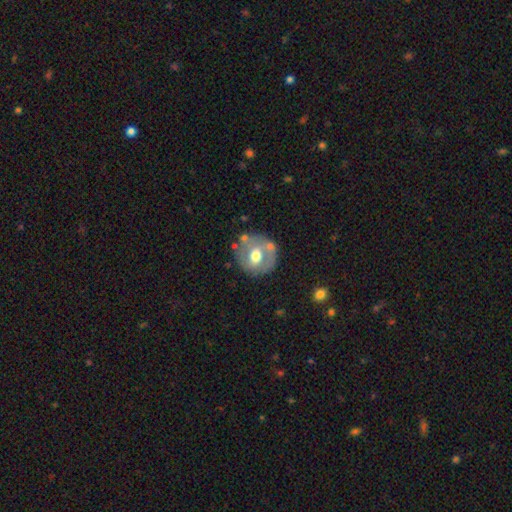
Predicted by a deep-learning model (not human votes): A featured or disk galaxy (49%). Merging: none (70%).